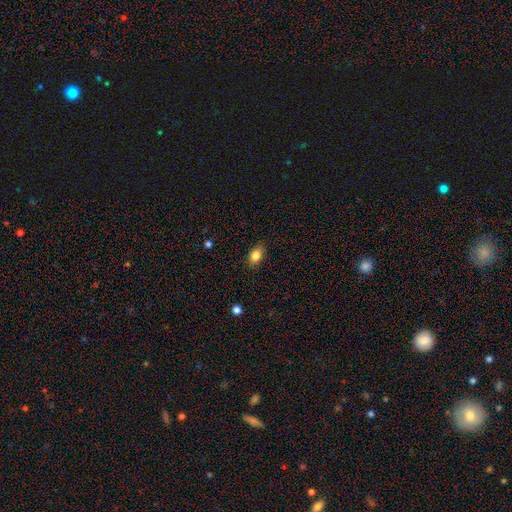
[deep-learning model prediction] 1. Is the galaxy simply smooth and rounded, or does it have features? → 84% smooth, 9% star or artifact, 7% featured or disk.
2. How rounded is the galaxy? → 82% in between, 16% round, 2% cigar-shaped.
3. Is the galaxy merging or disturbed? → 85% none, 12% minor disturbance, 2% major disturbance, 1% merger.